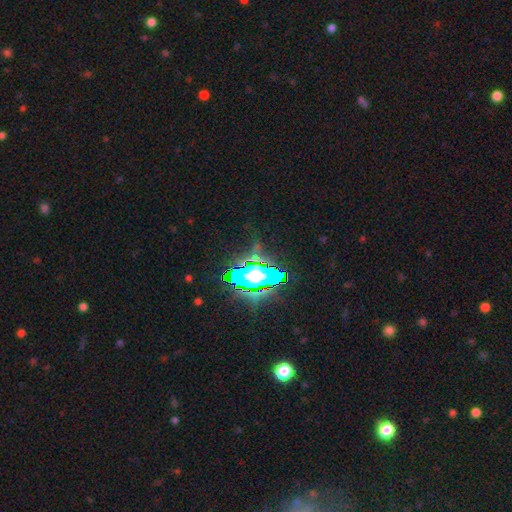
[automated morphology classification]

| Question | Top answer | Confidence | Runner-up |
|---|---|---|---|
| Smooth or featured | star or artifact | 62% | featured or disk (20%) |